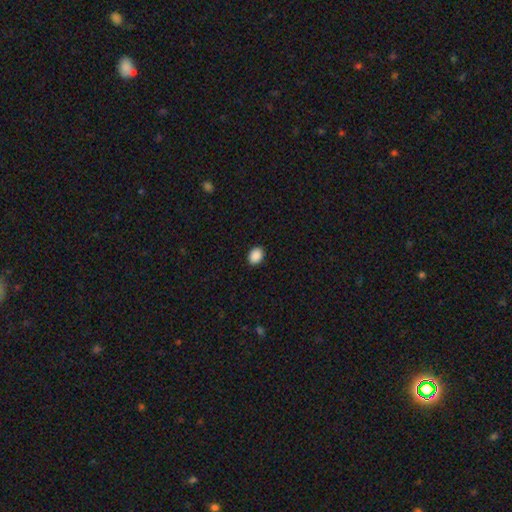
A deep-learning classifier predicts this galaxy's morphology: type=smooth (90%); roundness=in between (66%); merging=none (90%).